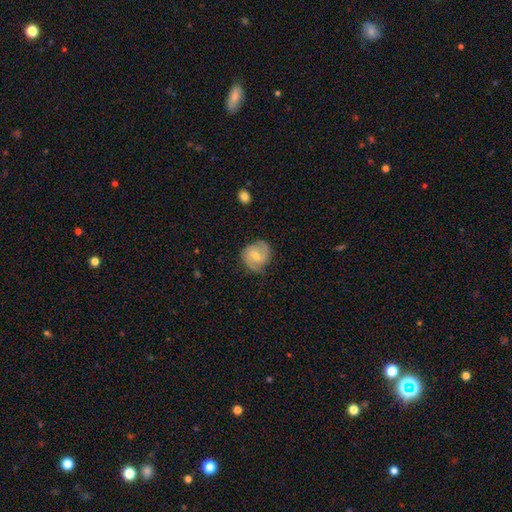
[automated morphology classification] A featured or disk galaxy (70%) with a weak bar (54%), 2 (82%) medium (49%) spiral arms (92%) and a small central bulge (49%). Merging: none (74%).